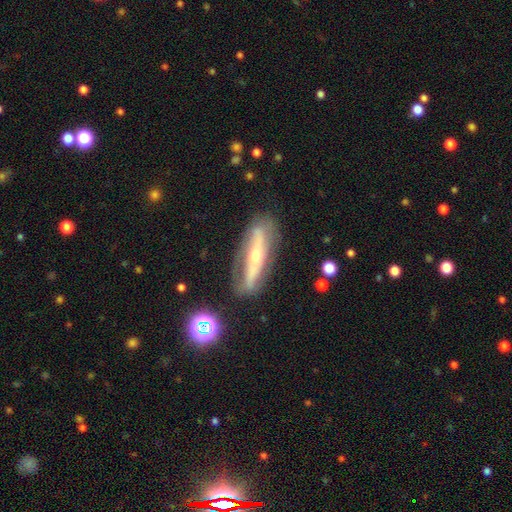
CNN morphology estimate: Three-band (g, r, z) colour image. It shows a featured or disk galaxy (71%). Merging: none (76%).